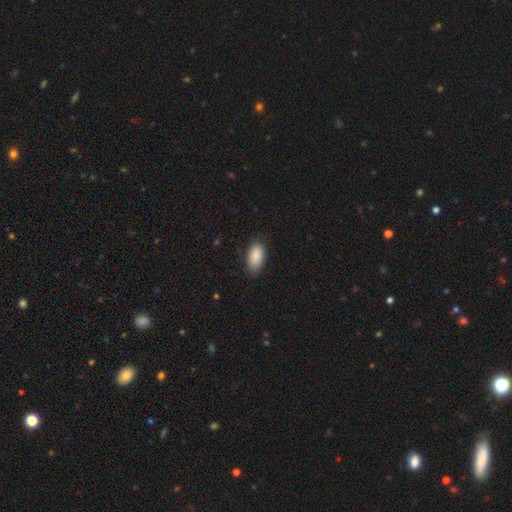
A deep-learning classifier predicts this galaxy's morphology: smooth 88%, star or artifact 7%, featured or disk 5%. Down the decision tree: how rounded — in between (94%); merging — none (81%).